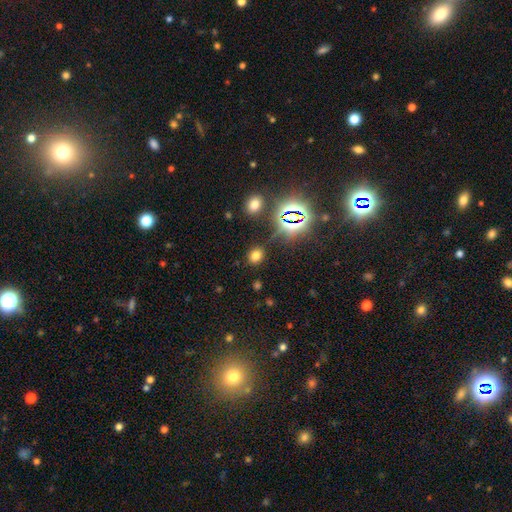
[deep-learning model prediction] Smooth or featured: smooth — 66% (star or artifact — 28%)
How rounded: round — 51% (in between — 48%)
Merging: none — 84% (minor disturbance — 10%)